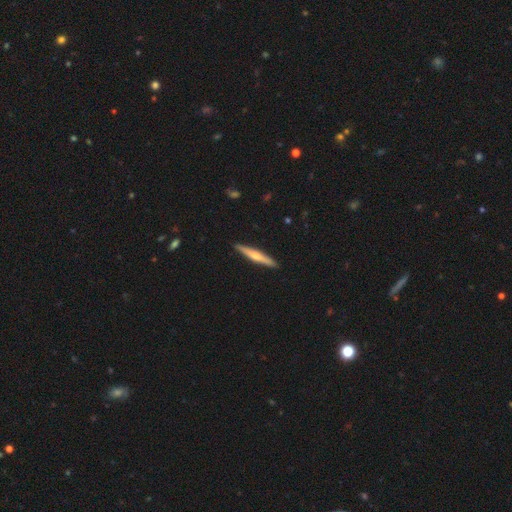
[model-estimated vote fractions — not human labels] Overall: featured or disk (55%; smooth 40%). Edge-on disk: yes (96%). Edge-on bulge: rounded (82%). Merging: none (91%).